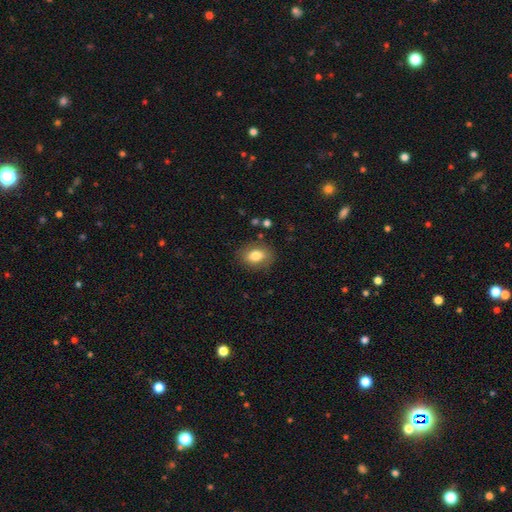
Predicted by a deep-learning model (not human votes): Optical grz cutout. It shows a smooth galaxy with no disk features (79%) that is in between round and cigar-shaped (72%). Merging: none (83%).